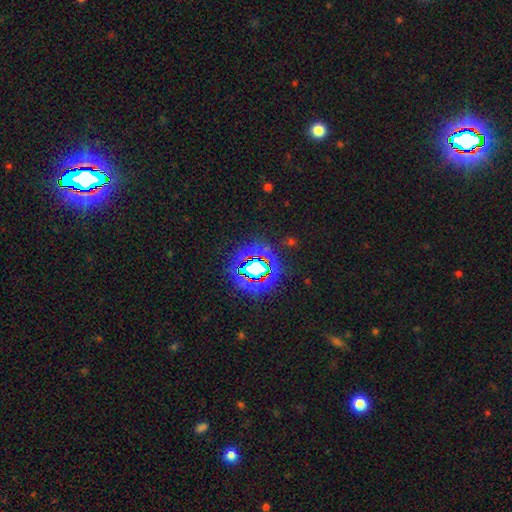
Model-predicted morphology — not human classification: Smooth or featured? star or artifact (82%)